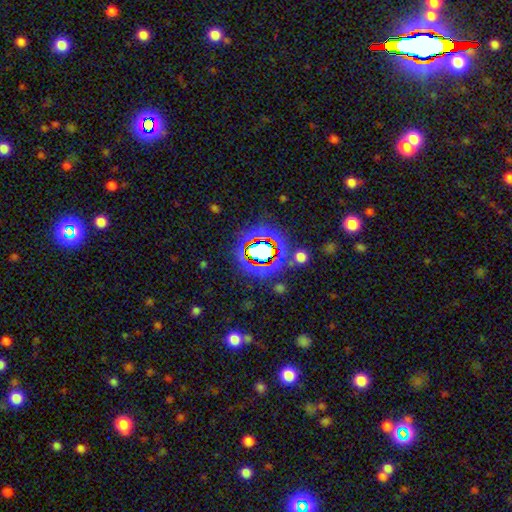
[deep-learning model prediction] The model was most divided on "smooth or featured": star or artifact: 75%, smooth: 15%, featured or disk: 10%.